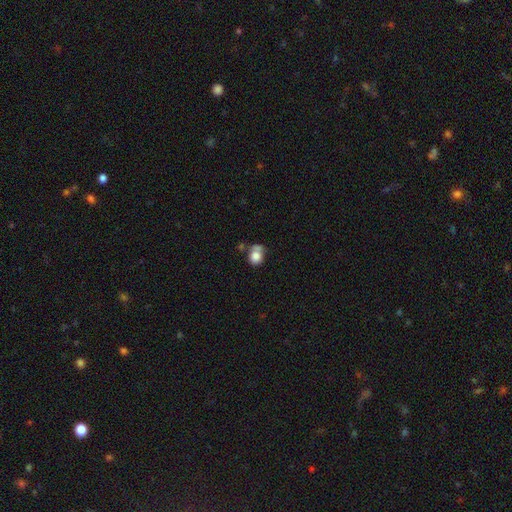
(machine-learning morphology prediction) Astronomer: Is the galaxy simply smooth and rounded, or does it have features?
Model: smooth — 80%.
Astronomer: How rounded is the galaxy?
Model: round — 66%.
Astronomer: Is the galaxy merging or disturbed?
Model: none — 41% (runner-up: merger, 25%).